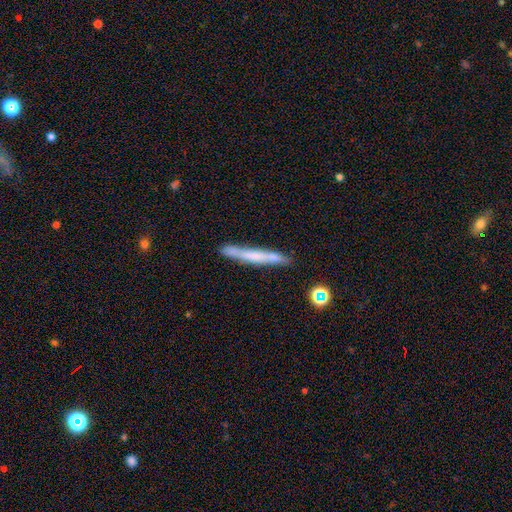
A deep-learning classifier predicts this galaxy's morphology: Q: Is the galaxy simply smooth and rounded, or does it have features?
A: smooth — 51%.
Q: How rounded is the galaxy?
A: cigar-shaped — 96%.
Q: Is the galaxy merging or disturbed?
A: none — 80%.